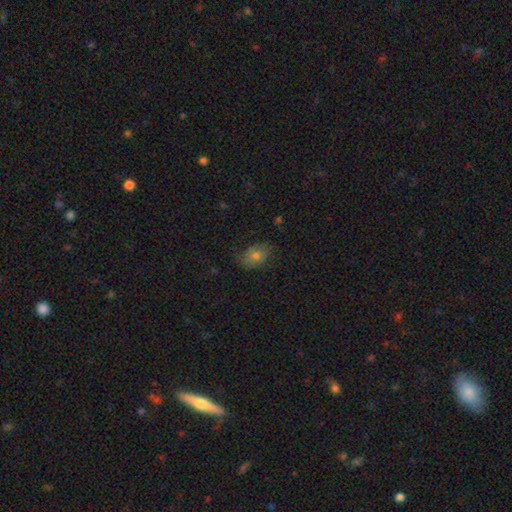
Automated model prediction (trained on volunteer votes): Smooth or featured?
  - smooth: 64% *
  - featured or disk: 24%
  - star or artifact: 12%
How rounded?
  - in between: 75% *
  - round: 24%
  - cigar-shaped: 1%
Merging?
  - none: 69% *
  - minor disturbance: 23%
  - major disturbance: 7%
  - merger: 1%